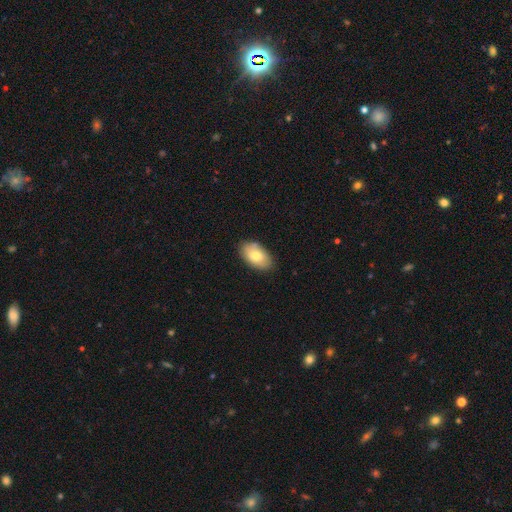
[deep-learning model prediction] This is likely a smooth galaxy (75%). How rounded: clearly in between (94%). Merging: clearly none (81%).